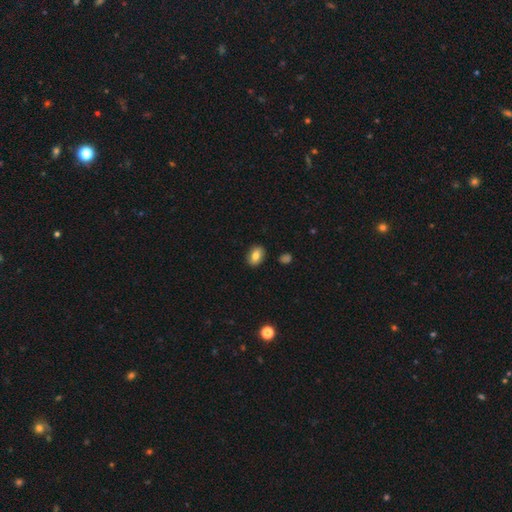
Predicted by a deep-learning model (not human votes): Q: Smooth or featured?
A: smooth (81%); runner-up: featured or disk (11%)
Q: How rounded?
A: in between (82%); runner-up: round (16%)
Q: Merging?
A: none (87%); runner-up: minor disturbance (9%)